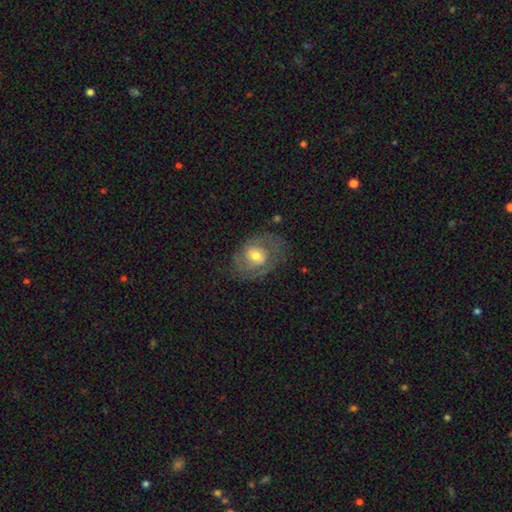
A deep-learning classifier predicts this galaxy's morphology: smooth-or-featured: featured or disk: 71% | smooth: 20% | star or artifact: 9%
  disk-edge-on: no: 96% | yes: 4%
    bar: no: 47% | weak: 42% | strong: 11%
    has-spiral-arms: yes: 84% | no: 16%
      spiral-winding: tight: 47% | medium: 40% | loose: 13%
      spiral-arm-count: 2: 61% | can't tell: 23% | 3: 7% | 1: 5% | 4: 2% | more than 4: 2%
    bulge-size: moderate: 65% | small: 26% | large: 6% | none: 1% | dominant: 1%
  merging: none: 69% | minor disturbance: 19% | major disturbance: 11% | merger: 1%